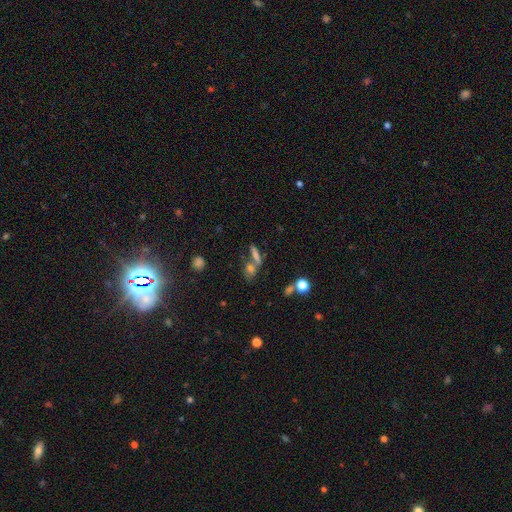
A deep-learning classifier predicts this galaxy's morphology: Q: Smooth or featured?
A: smooth (56%); runner-up: featured or disk (23%)
Q: How rounded?
A: cigar-shaped (47%); runner-up: in between (33%)
Q: Merging?
A: none (55%); runner-up: merger (28%)